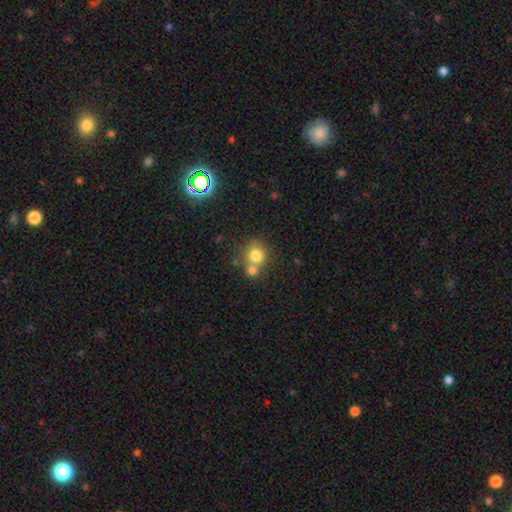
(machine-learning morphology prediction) Smooth or featured: smooth — 78% (star or artifact — 12%)
How rounded: round — 87% (in between — 12%)
Merging: none — 51% (merger — 37%)